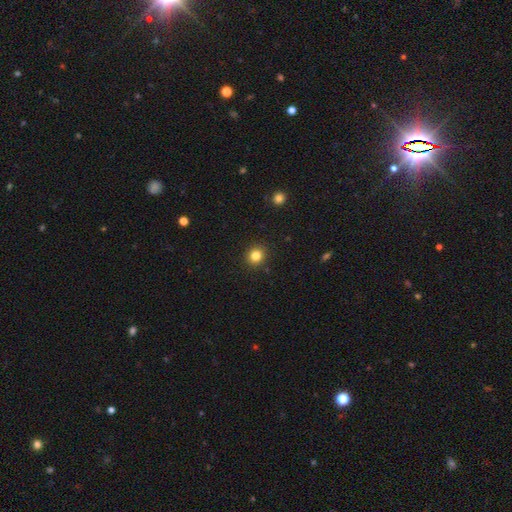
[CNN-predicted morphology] This appears to be a smooth galaxy with no disk features (82%) that is round (88%). Merging: none (91%).